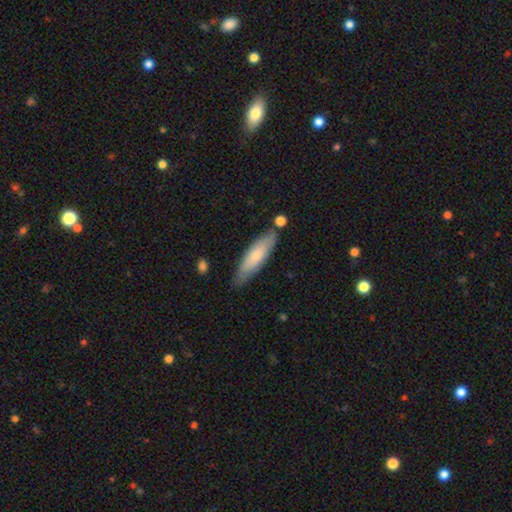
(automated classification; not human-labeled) A smooth galaxy with no disk features (72%) that is cigar-shaped (65%).

Vote fractions:
- Smooth or featured? smooth: 72% / featured or disk: 23% / star or artifact: 5%
- How rounded? cigar-shaped: 65% / in between: 33% / round: 1%
- Merging? none: 77% / minor disturbance: 16% / merger: 5% / major disturbance: 3%